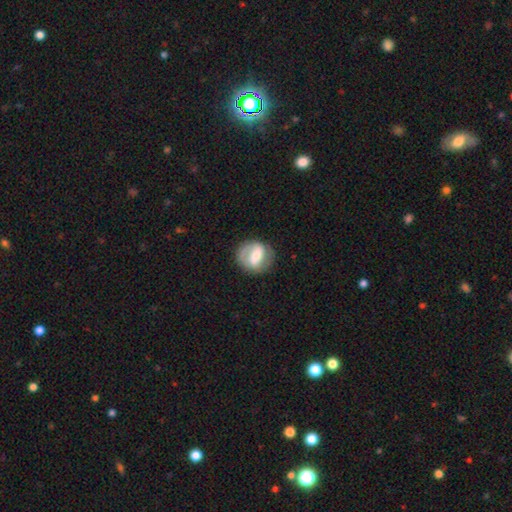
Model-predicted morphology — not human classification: The model was most divided on "bar": strong: 46%, weak: 37%, no: 18%. Remaining: edge-on disk — no (96%); merging — none (74%); spiral arms — yes (73%); smooth or featured — featured or disk (61%); bulge size — moderate (45%).